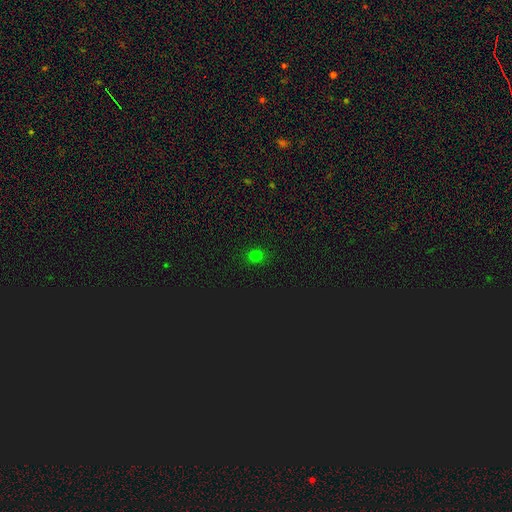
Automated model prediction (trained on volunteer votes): Overall: smooth (71%). How rounded: round (76%). Merging: none (89%).